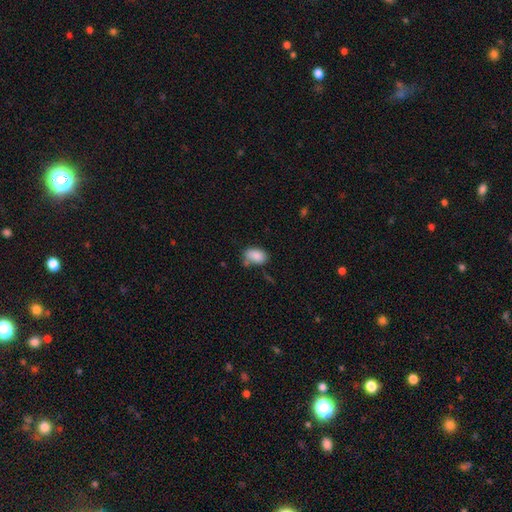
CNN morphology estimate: Smooth or featured?
  - smooth: 85% *
  - star or artifact: 8%
  - featured or disk: 7%
How rounded?
  - in between: 87% *
  - round: 11%
  - cigar-shaped: 1%
Merging?
  - none: 56% *
  - minor disturbance: 26%
  - merger: 10%
  - major disturbance: 7%